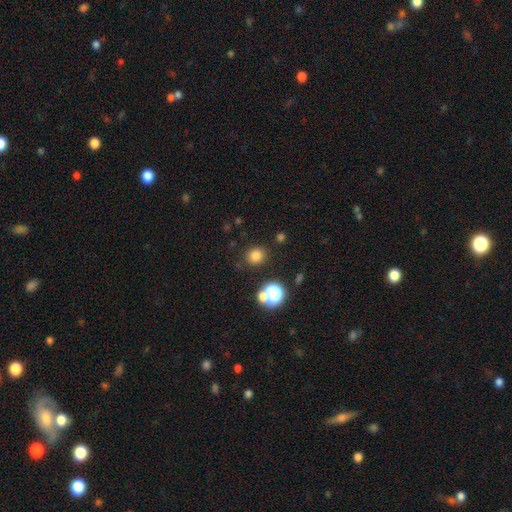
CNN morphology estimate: Smooth or featured?
  - smooth: 77% *
  - star or artifact: 17%
  - featured or disk: 5%
How rounded?
  - round: 82% *
  - in between: 17%
  - cigar-shaped: 1%
Merging?
  - none: 84% *
  - minor disturbance: 8%
  - merger: 4%
  - major disturbance: 3%